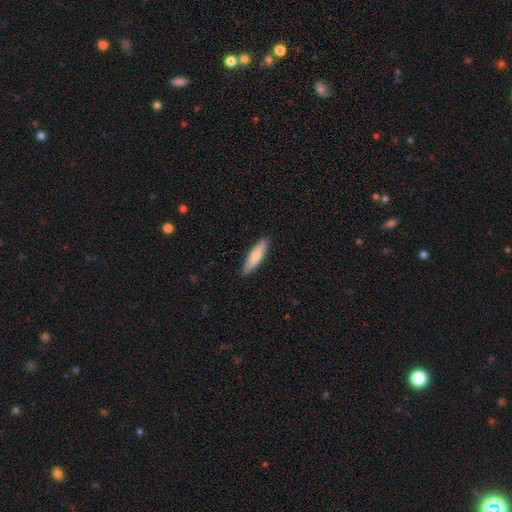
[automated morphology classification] This appears to be a smooth galaxy with no disk features (65%) that is cigar-shaped (72%). Merging: none (90%).